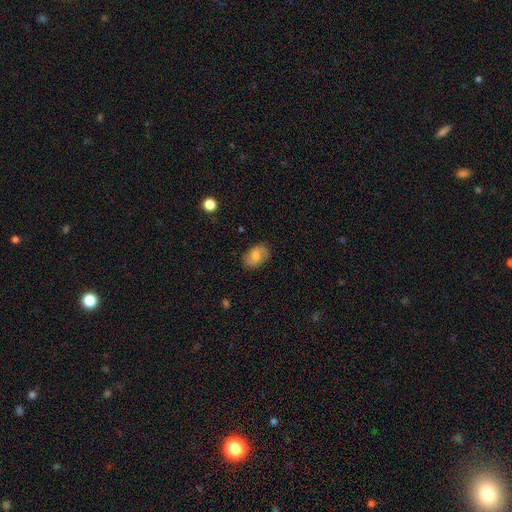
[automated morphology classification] Smooth or featured: smooth — 64% (featured or disk — 28%)
How rounded: in between — 86% (round — 13%)
Merging: none — 81% (minor disturbance — 14%)